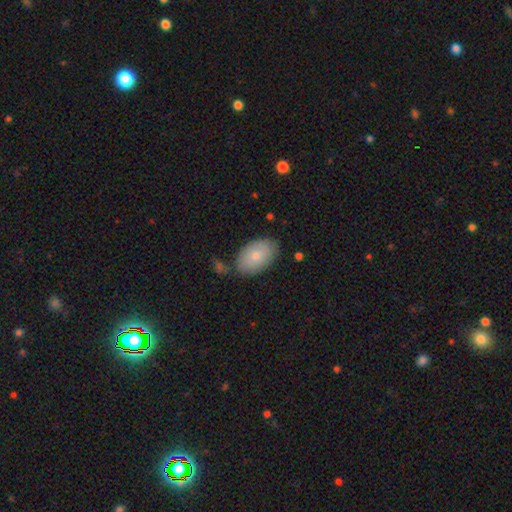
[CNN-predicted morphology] A smooth galaxy with no disk features (78%) that is in between round and cigar-shaped (93%).

Vote fractions:
- Smooth or featured? smooth: 78% / featured or disk: 16% / star or artifact: 6%
- How rounded? in between: 93% / round: 6% / cigar-shaped: 1%
- Merging? none: 74% / minor disturbance: 17% / merger: 5% / major disturbance: 4%